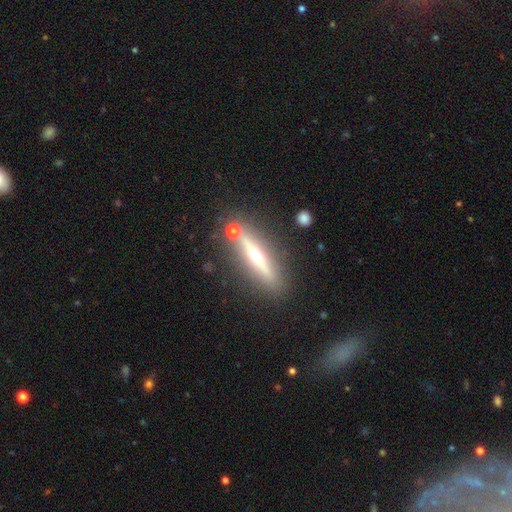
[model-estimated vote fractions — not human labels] This appears to be a featured or disk galaxy (70%) viewed edge-on (92%) with a rounded central bulge (91%). Merging: none (83%).